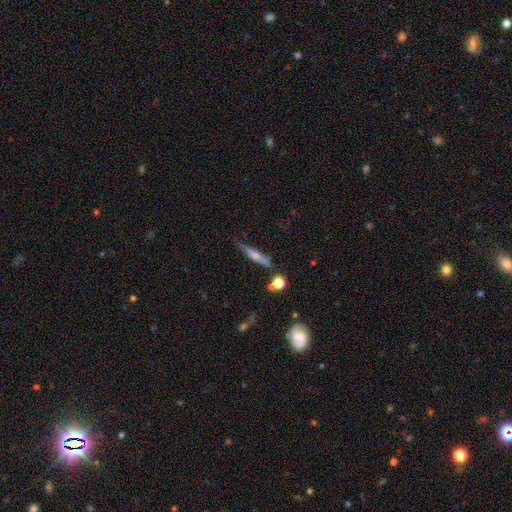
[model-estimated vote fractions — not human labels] smooth_or_featured: smooth (p=0.52) [alt: featured or disk p=0.40]
how_rounded: cigar-shaped (p=0.88) [alt: in between p=0.09]
merging: none (p=0.72) [alt: minor disturbance p=0.18]